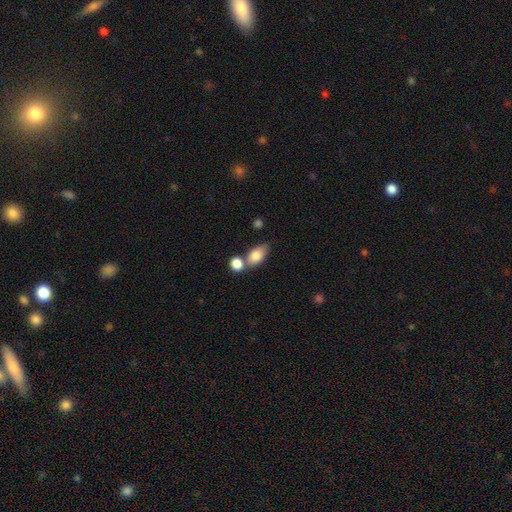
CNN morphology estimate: Overall: smooth (81%). How rounded: in between (85%). Merging: none (50%; merger 31%).